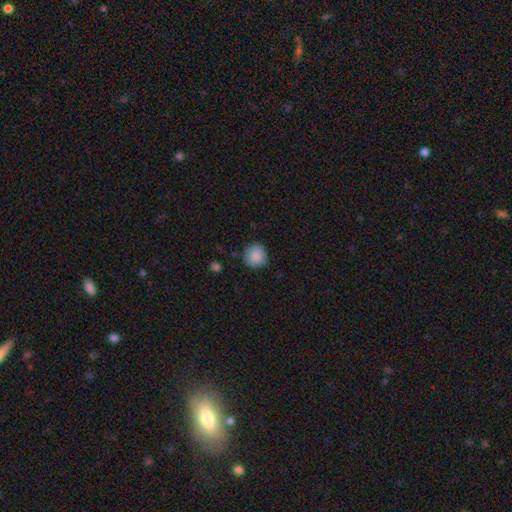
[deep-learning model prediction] smooth_or_featured: smooth (p=0.86) [alt: star or artifact p=0.08]
how_rounded: round (p=0.90) [alt: in between p=0.09]
merging: none (p=0.82) [alt: minor disturbance p=0.14]